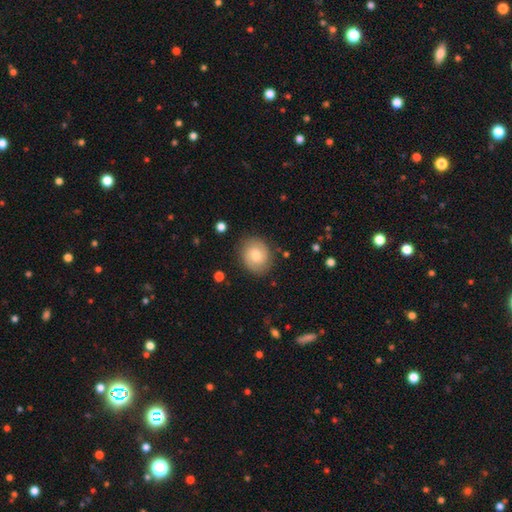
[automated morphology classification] This appears to be a smooth galaxy with no disk features (47%). Merging: none (85%).